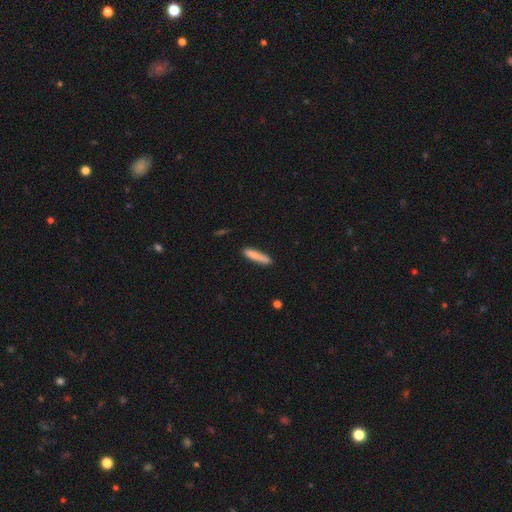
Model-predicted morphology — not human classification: Q: Smooth or featured?
A: smooth (84%); runner-up: featured or disk (10%)
Q: How rounded?
A: cigar-shaped (89%); runner-up: in between (10%)
Q: Merging?
A: none (86%); runner-up: minor disturbance (10%)